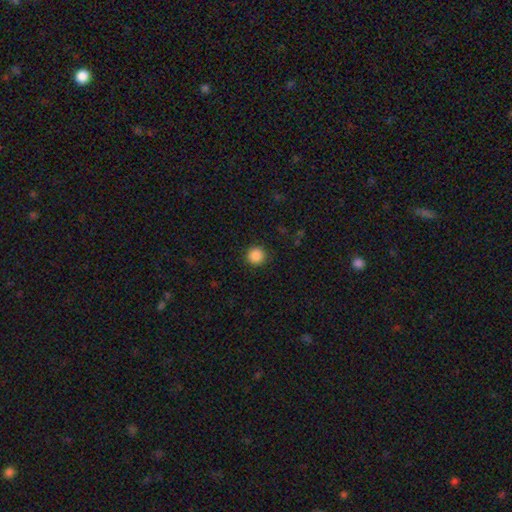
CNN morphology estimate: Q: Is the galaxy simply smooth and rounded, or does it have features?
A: smooth — 88%.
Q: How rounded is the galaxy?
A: round — 95%.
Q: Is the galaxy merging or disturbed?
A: none — 92%.